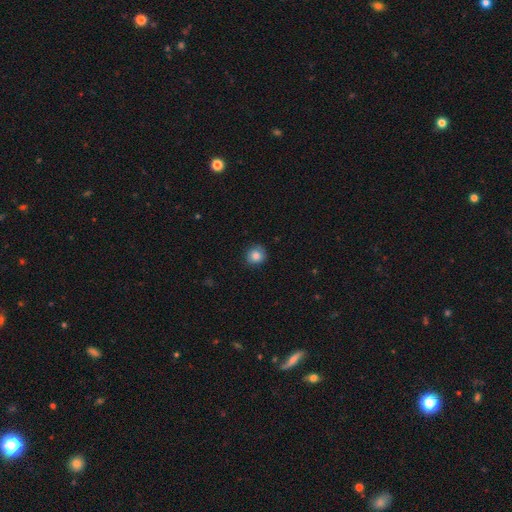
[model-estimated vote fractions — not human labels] A smooth galaxy with no disk features (84%) that is round (88%).

Vote fractions:
- Smooth or featured? smooth: 84% / star or artifact: 10% / featured or disk: 6%
- How rounded? round: 88% / in between: 11% / cigar-shaped: 1%
- Merging? none: 82% / minor disturbance: 14% / major disturbance: 3% / merger: 1%